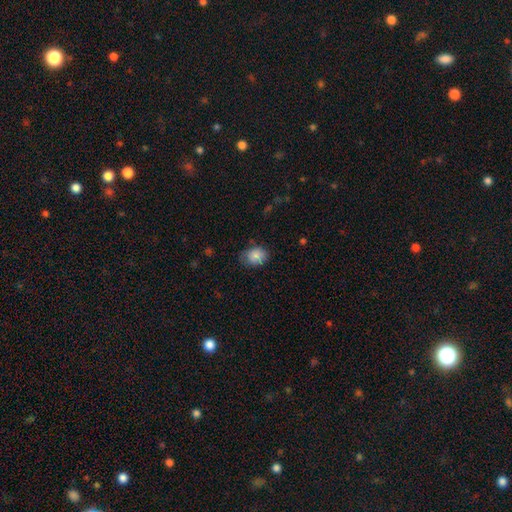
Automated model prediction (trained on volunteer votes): Smooth or featured? smooth (86%)
How rounded? in between (56%)
Merging? none (68%)